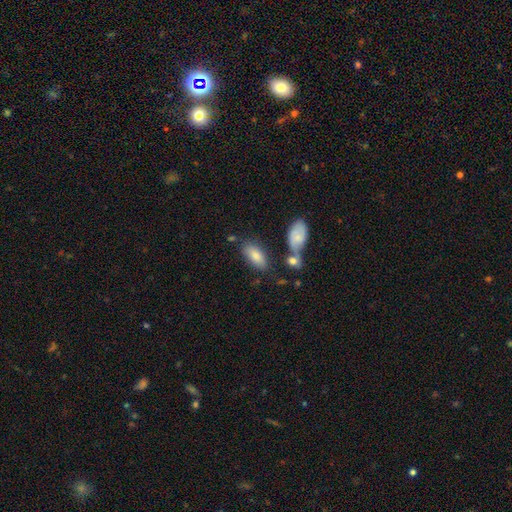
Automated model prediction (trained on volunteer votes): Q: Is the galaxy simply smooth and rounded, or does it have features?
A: smooth — 81%.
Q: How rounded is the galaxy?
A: in between — 89%.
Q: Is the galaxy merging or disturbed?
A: none — 66%.